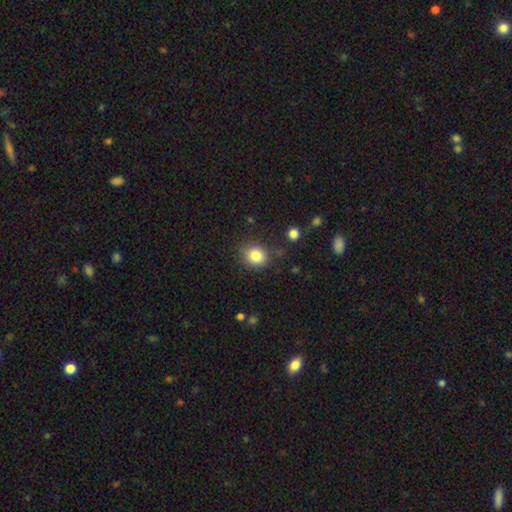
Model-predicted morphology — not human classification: Smooth or featured: smooth — 83% (star or artifact — 11%)
How rounded: round — 70% (in between — 29%)
Merging: none — 83% (minor disturbance — 11%)